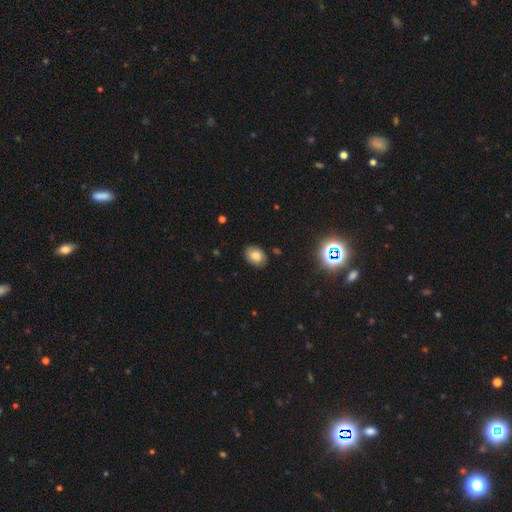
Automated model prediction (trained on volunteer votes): A smooth galaxy with no disk features (75%) that is in between round and cigar-shaped (73%).

Vote fractions:
- Smooth or featured? smooth: 75% / featured or disk: 14% / star or artifact: 12%
- How rounded? in between: 73% / round: 25% / cigar-shaped: 1%
- Merging? none: 83% / minor disturbance: 13% / major disturbance: 3% / merger: 1%